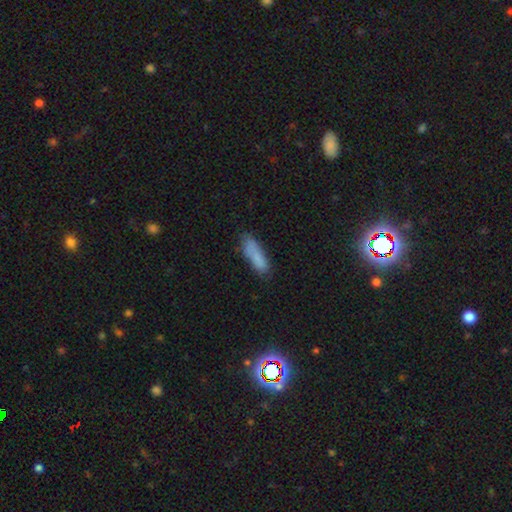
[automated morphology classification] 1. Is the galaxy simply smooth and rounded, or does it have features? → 81% smooth, 11% featured or disk, 8% star or artifact.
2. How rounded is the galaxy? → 60% cigar-shaped, 38% in between, 2% round.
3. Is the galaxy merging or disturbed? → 65% none, 24% minor disturbance, 7% major disturbance, 4% merger.